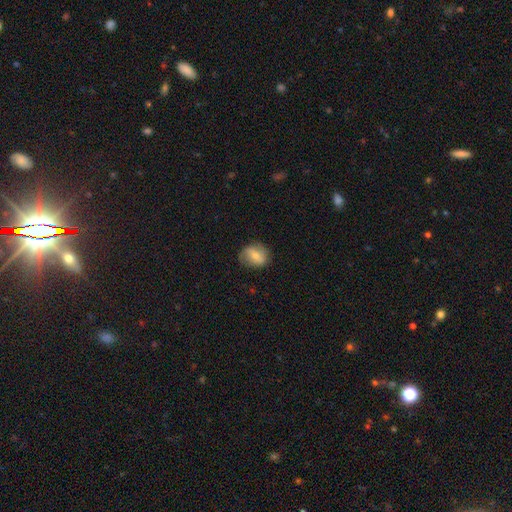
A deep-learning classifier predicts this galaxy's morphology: This is possibly a smooth galaxy (60%). How rounded: possibly round (53%). Merging: likely none (72%).